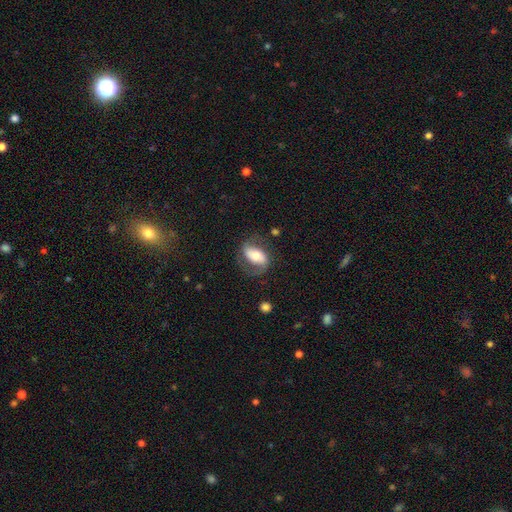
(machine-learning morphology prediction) Smooth or featured?
  - featured or disk: 63% *
  - smooth: 30%
  - star or artifact: 6%
Edge-on disk?
  - no: 94% *
  - yes: 6%
Bar?
  - strong: 39% *
  - no: 32%
  - weak: 29%
Spiral arms?
  - yes: 86% *
  - no: 14%
Spiral winding?
  - medium: 42% *
  - loose: 41%
  - tight: 17%
Spiral arm count?
  - 2: 81% *
  - 1: 11%
  - can't tell: 6%
  - 3: 1%
  - 4: 1%
  - more than 4: 1%
Bulge size?
  - moderate: 59% *
  - small: 18%
  - large: 18%
  - dominant: 3%
  - none: 2%
Merging?
  - none: 64% *
  - minor disturbance: 20%
  - major disturbance: 15%
  - merger: 2%